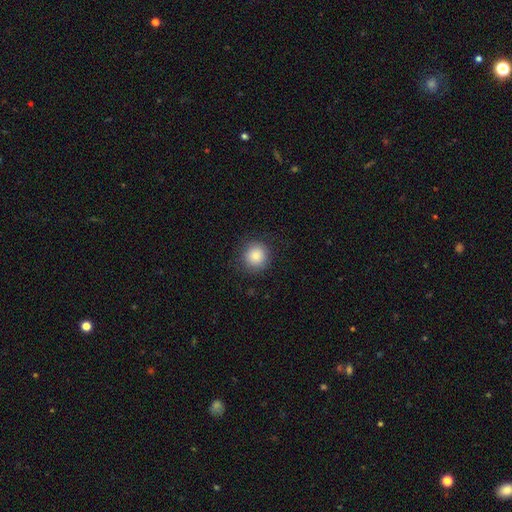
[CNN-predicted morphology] A smooth galaxy with no disk features (85%) that is round (93%).

Vote fractions:
- Smooth or featured? smooth: 85% / star or artifact: 9% / featured or disk: 6%
- How rounded? round: 93% / in between: 6% / cigar-shaped: 1%
- Merging? none: 87% / minor disturbance: 9% / major disturbance: 3% / merger: 1%